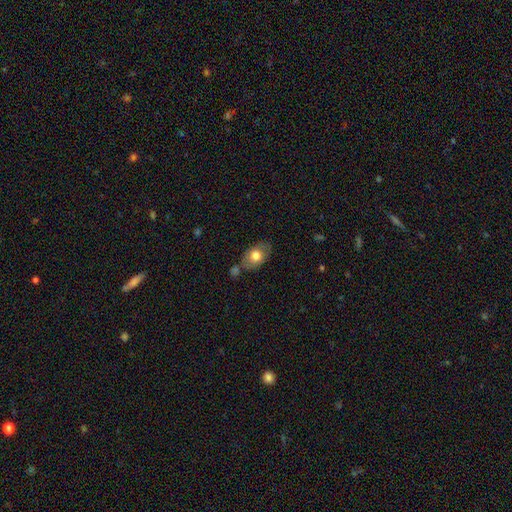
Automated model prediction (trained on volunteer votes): A smooth galaxy with no disk features (72%) that is in between round and cigar-shaped (85%).

Vote fractions:
- Smooth or featured? smooth: 72% / featured or disk: 21% / star or artifact: 7%
- How rounded? in between: 85% / round: 14% / cigar-shaped: 2%
- Merging? none: 63% / minor disturbance: 19% / merger: 13% / major disturbance: 5%